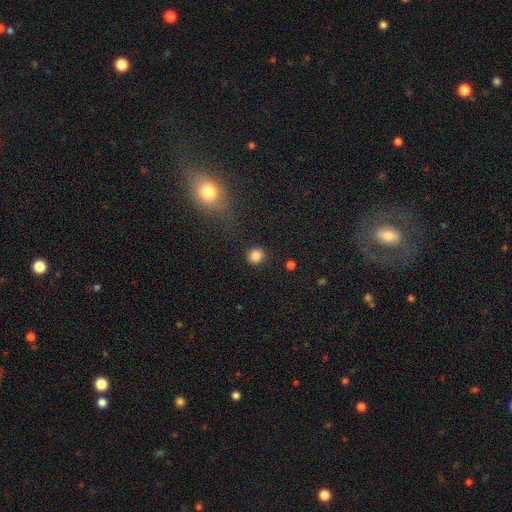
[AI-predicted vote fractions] The model was most divided on "smooth or featured": smooth: 85%, star or artifact: 11%, featured or disk: 4%. More confident: how rounded — round (89%); merging — none (89%).